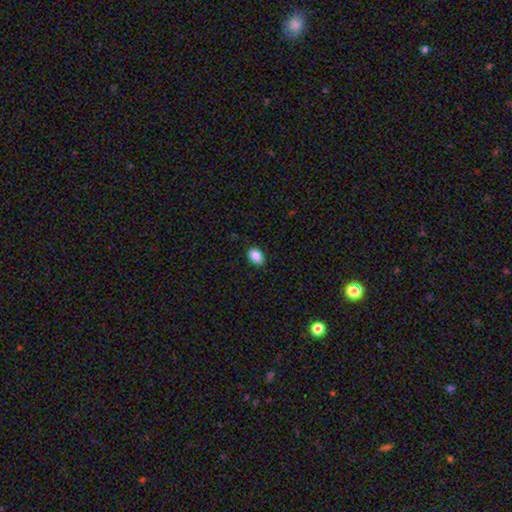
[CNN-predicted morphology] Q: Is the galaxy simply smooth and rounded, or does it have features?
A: smooth — 87%.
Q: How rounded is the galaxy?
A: in between — 80%.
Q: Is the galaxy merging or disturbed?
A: none — 87%.